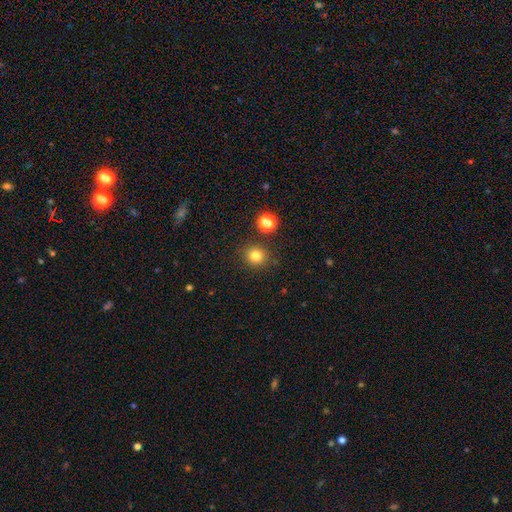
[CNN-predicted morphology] Smooth or featured? Predicted: smooth (p=0.81). How rounded? Predicted: round (p=0.88). Merging? Predicted: none (p=0.86).